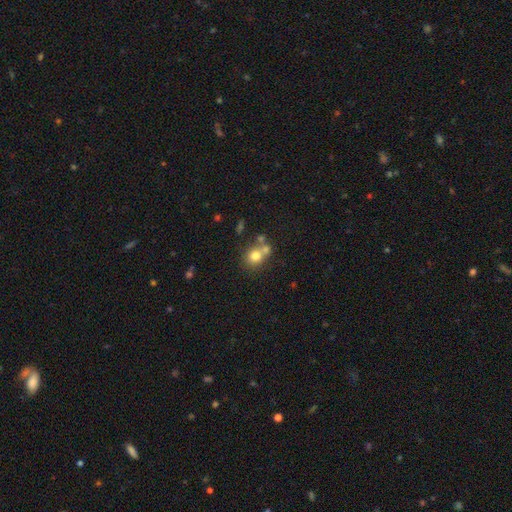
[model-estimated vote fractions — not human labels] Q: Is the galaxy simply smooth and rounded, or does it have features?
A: smooth — 75%.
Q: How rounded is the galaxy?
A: round — 76%.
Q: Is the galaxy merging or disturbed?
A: none — 49%.